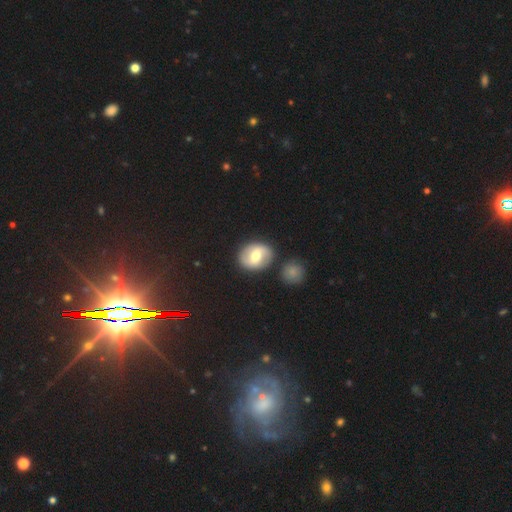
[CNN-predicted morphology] type=smooth (47%); merging=none (80%).